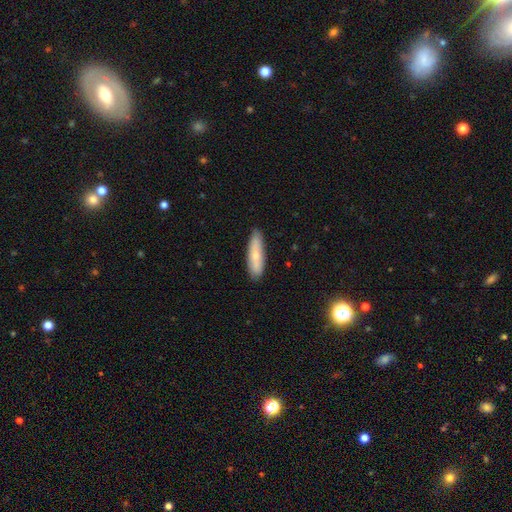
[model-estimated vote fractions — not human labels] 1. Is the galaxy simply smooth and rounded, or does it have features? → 68% smooth, 26% featured or disk, 6% star or artifact.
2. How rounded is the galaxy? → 64% cigar-shaped, 34% in between, 2% round.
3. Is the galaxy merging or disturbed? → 85% none, 12% minor disturbance, 2% major disturbance, 1% merger.